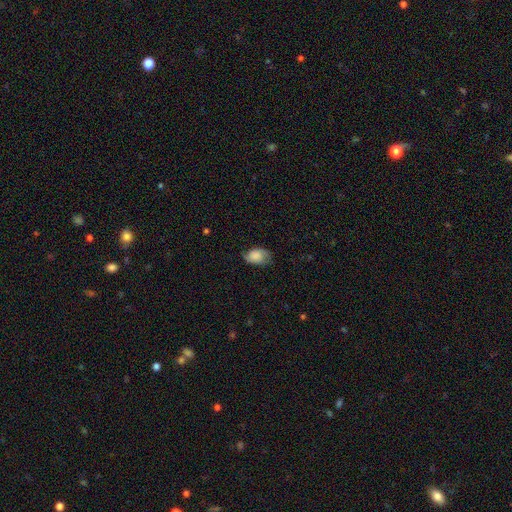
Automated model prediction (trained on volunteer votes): A smooth galaxy with no disk features (67%) that is in between round and cigar-shaped (87%).

Vote fractions:
- Smooth or featured? smooth: 67% / featured or disk: 24% / star or artifact: 9%
- How rounded? in between: 87% / round: 12% / cigar-shaped: 1%
- Merging? none: 59% / minor disturbance: 30% / major disturbance: 10% / merger: 1%